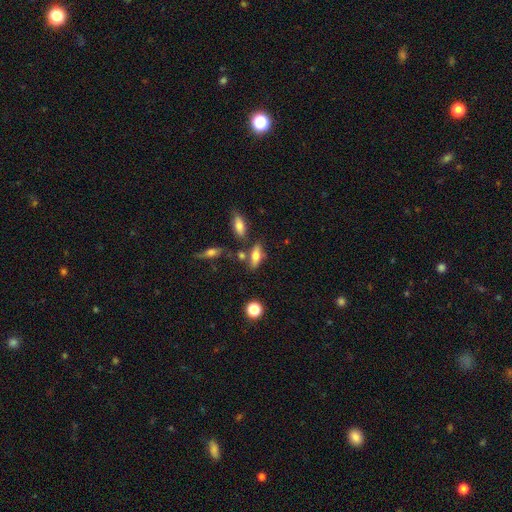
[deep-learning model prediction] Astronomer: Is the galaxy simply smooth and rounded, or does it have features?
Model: smooth — 65%.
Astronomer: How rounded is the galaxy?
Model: in between — 70%.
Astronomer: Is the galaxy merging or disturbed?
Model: none — 67%.